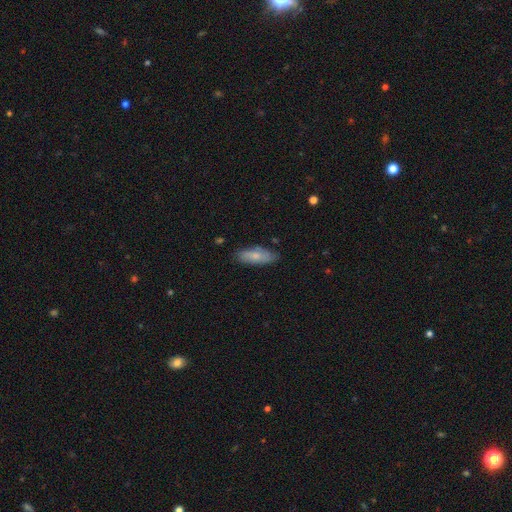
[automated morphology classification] A smooth galaxy with no disk features (72%) that is in between round and cigar-shaped (68%). Merging: none (75%).